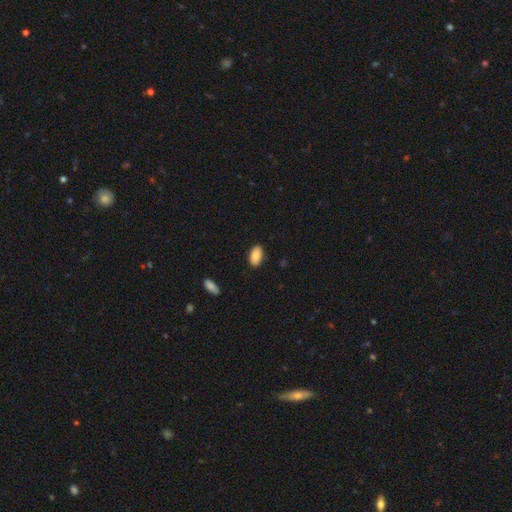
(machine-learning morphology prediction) This appears to be a smooth galaxy with no disk features (88%) that is in between round and cigar-shaped (94%). Merging: none (87%).